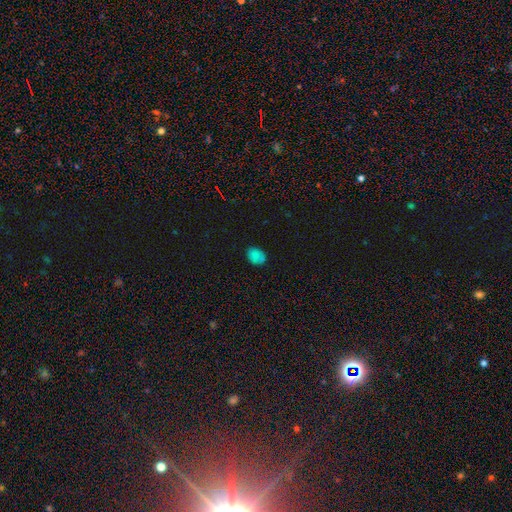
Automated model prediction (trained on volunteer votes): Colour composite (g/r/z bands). It shows a smooth galaxy with no disk features (80%) that is in between round and cigar-shaped (64%). Merging: none (79%).